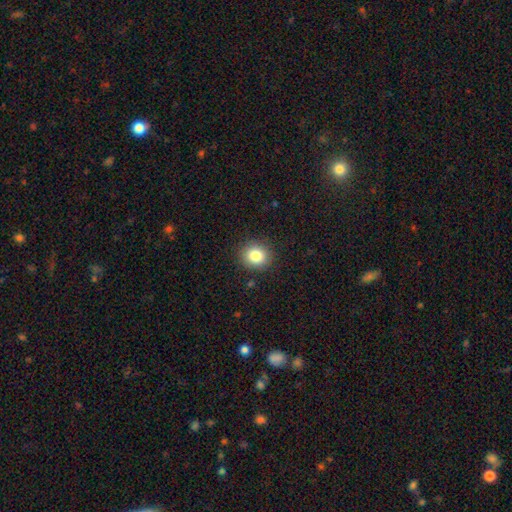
smooth_or_featured: smooth (p=0.92) [alt: star or artifact p=0.05]
how_rounded: round (p=0.86) [alt: in between p=0.14]
merging: none (p=0.89) [alt: minor disturbance p=0.06]